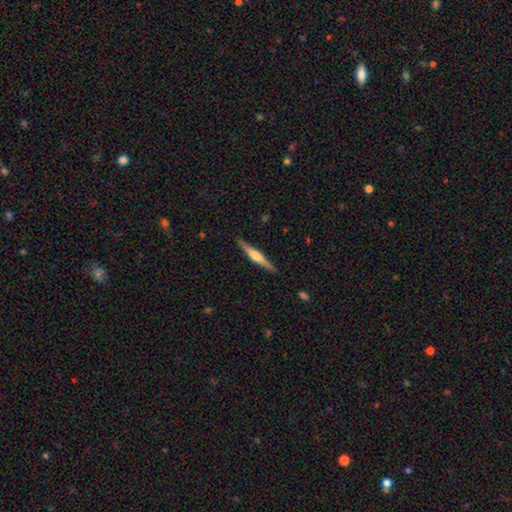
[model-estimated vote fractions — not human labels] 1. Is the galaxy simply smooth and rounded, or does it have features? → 63% featured or disk, 32% smooth, 5% star or artifact.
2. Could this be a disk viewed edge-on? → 98% yes, 2% no.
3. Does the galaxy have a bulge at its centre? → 77% rounded, 15% boxy, 7% none.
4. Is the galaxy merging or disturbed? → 90% none, 7% minor disturbance, 2% major disturbance, 1% merger.